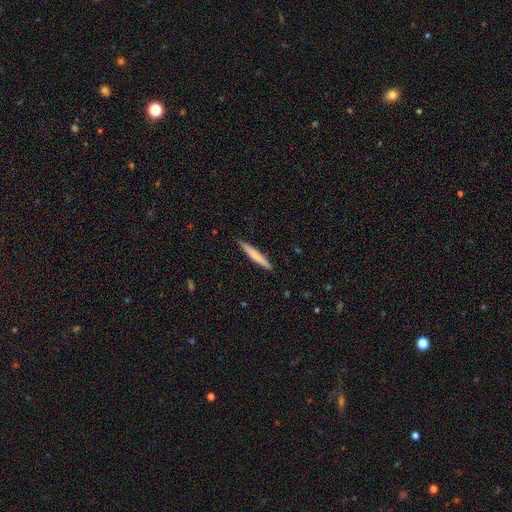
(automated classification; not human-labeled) Smooth or featured?
  - smooth: 67% *
  - featured or disk: 27%
  - star or artifact: 5%
How rounded?
  - cigar-shaped: 96% *
  - in between: 3%
  - round: 1%
Merging?
  - none: 90% *
  - minor disturbance: 7%
  - major disturbance: 1%
  - merger: 1%